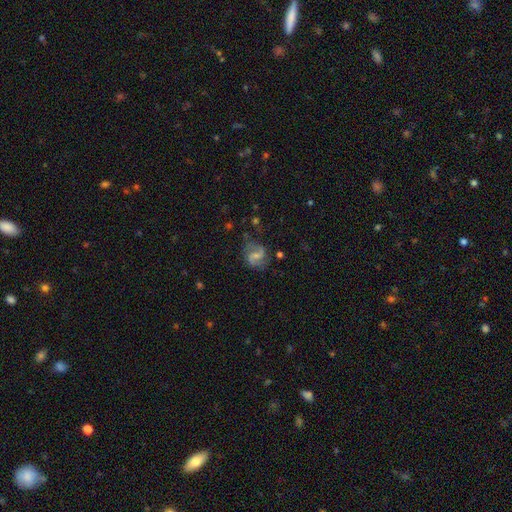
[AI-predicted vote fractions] The model was most divided on "bulge size": small: 52%, moderate: 31%, none: 14%, large: 2%, dominant: 1%. More confident: edge-on disk — no (98%); spiral arms — yes (95%); spiral arm count — 2 (92%); smooth or featured — featured or disk (82%); merging — none (74%); spiral winding — medium (53%); bar — weak (52%).